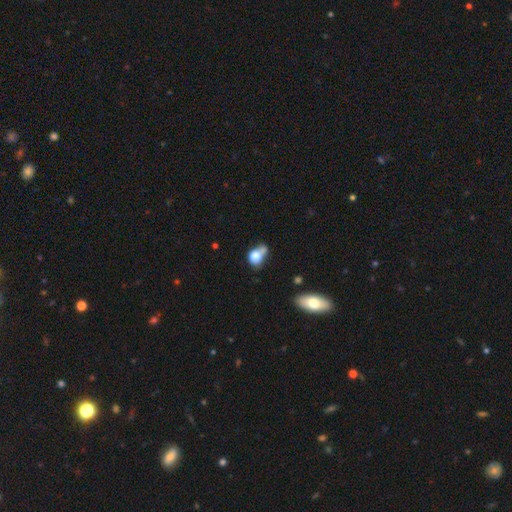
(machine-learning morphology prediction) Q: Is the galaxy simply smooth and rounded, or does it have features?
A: smooth — 75%.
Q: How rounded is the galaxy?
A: in between — 55%.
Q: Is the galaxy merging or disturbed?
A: merger — 39%.